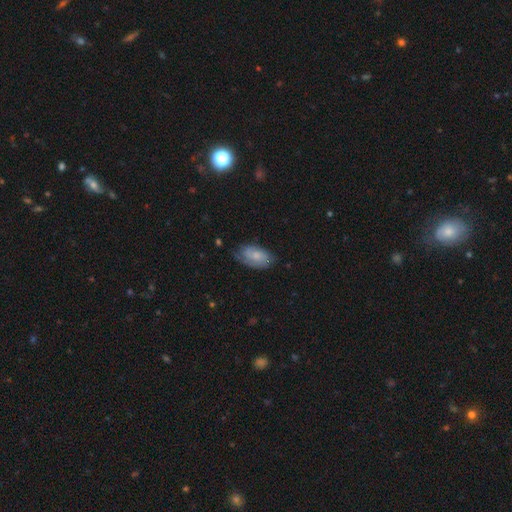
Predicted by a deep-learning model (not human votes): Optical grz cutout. It shows a smooth galaxy with no disk features (64%) that is in between round and cigar-shaped (92%). Merging: none (61%).